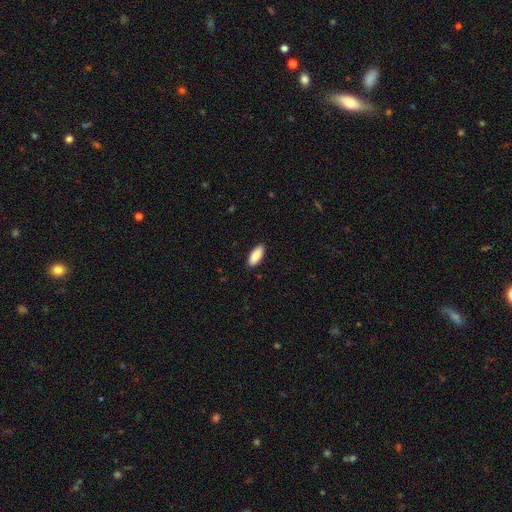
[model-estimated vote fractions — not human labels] This is clearly a smooth galaxy (90%). How rounded: likely in between (80%). Merging: clearly none (89%).